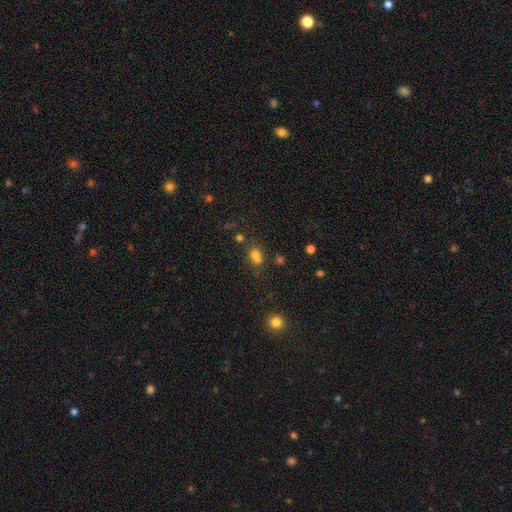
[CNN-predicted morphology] This is likely a smooth galaxy (70%). How rounded: possibly round (55%). Merging: marginally none (42%).